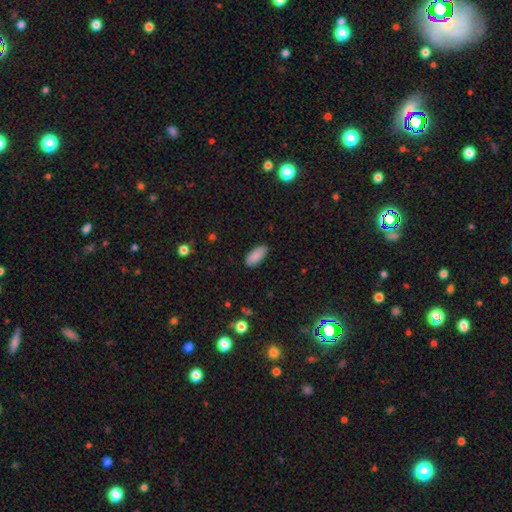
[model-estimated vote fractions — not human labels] This is clearly a smooth galaxy (89%). How rounded: clearly in between (88%). Merging: clearly none (88%).